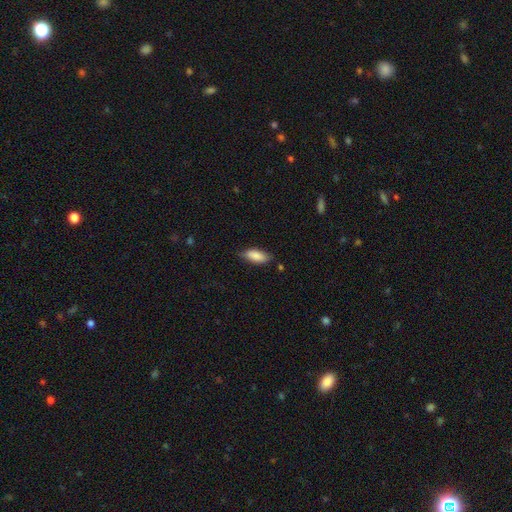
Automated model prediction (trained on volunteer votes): Smooth or featured? Predicted: smooth (p=0.85). How rounded? Predicted: in between (p=0.81). Merging? Predicted: none (p=0.73).